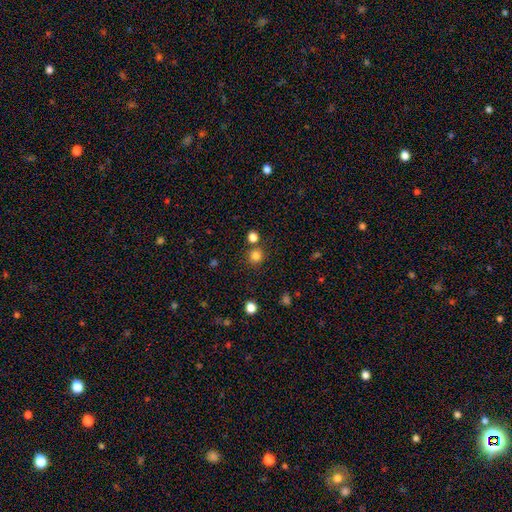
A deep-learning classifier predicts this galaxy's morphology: Smooth or featured?
  - smooth: 81% *
  - star or artifact: 14%
  - featured or disk: 5%
How rounded?
  - round: 92% *
  - in between: 7%
  - cigar-shaped: 1%
Merging?
  - none: 80% *
  - merger: 10%
  - minor disturbance: 7%
  - major disturbance: 3%